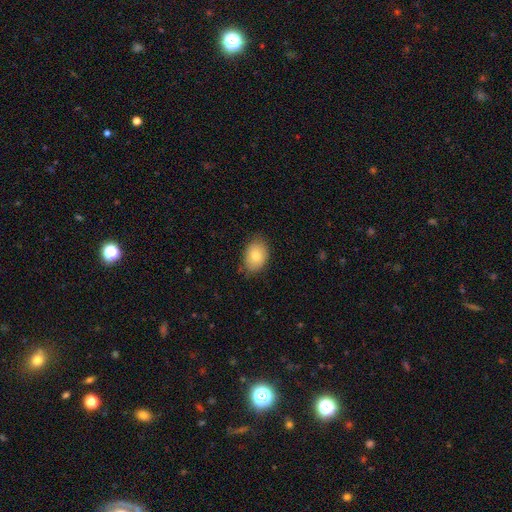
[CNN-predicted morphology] type=smooth (78%); roundness=in between (76%); merging=none (79%).